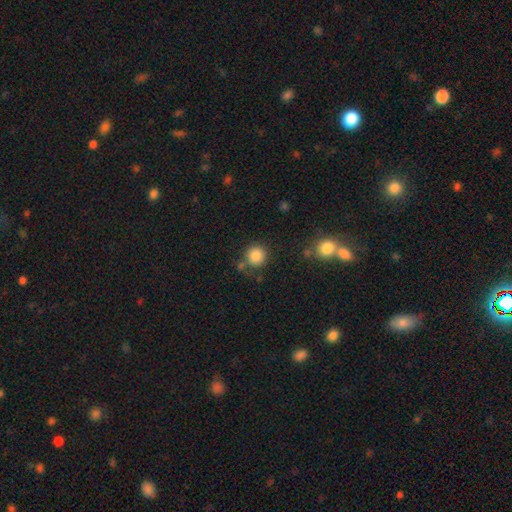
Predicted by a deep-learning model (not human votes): This is clearly a smooth galaxy (85%). How rounded: clearly round (92%). Merging: likely none (75%).